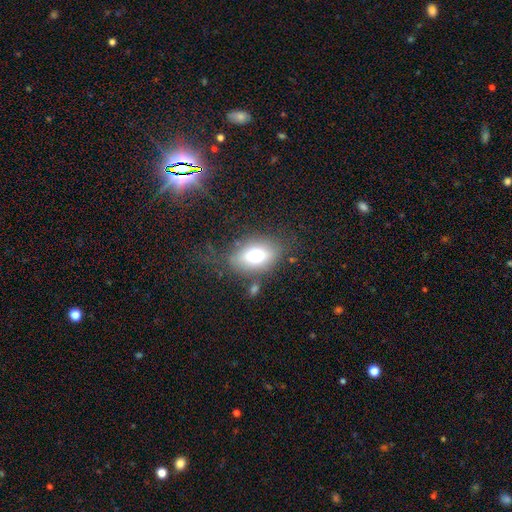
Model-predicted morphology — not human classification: smooth-or-featured: smooth: 65% | featured or disk: 22% | star or artifact: 12%
  how-rounded: in between: 76% | round: 21% | cigar-shaped: 3%
  merging: none: 67% | minor disturbance: 18% | major disturbance: 10% | merger: 5%